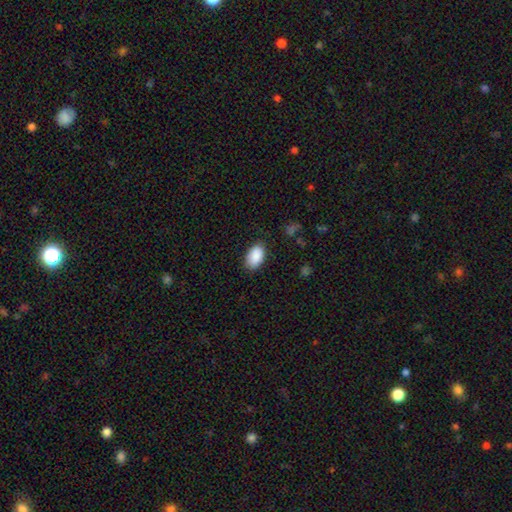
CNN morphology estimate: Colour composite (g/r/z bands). It shows a smooth galaxy with no disk features (90%) that is in between round and cigar-shaped (93%). Merging: none (84%).